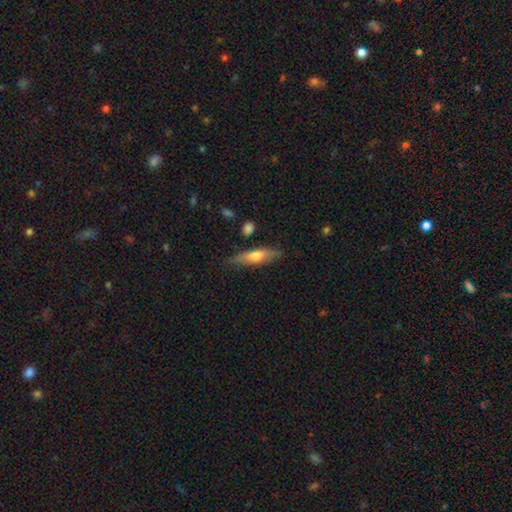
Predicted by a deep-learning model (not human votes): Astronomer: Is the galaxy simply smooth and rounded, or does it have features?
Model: smooth — 58% (runner-up: featured or disk, 36%).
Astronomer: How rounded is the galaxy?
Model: cigar-shaped — 67%.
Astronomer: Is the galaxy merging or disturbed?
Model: none — 75%.